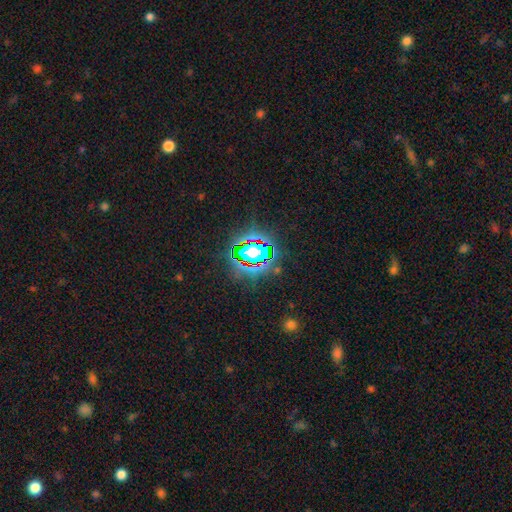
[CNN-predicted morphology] Smooth or featured?
  - star or artifact: 72% *
  - smooth: 16%
  - featured or disk: 12%